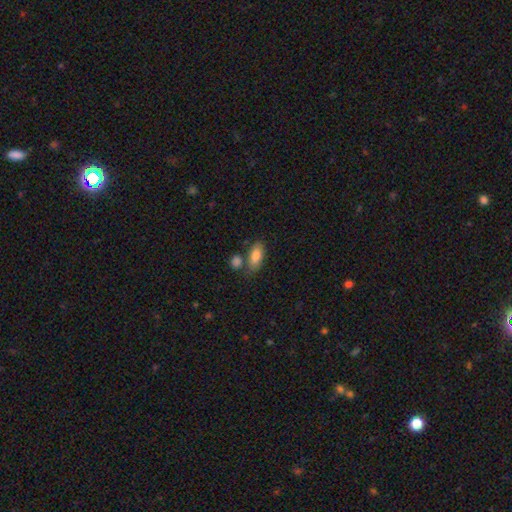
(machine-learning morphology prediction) Smooth or featured?
  - smooth: 82% *
  - featured or disk: 11%
  - star or artifact: 7%
How rounded?
  - in between: 86% *
  - cigar-shaped: 10%
  - round: 4%
Merging?
  - none: 60% *
  - merger: 20%
  - minor disturbance: 15%
  - major disturbance: 5%